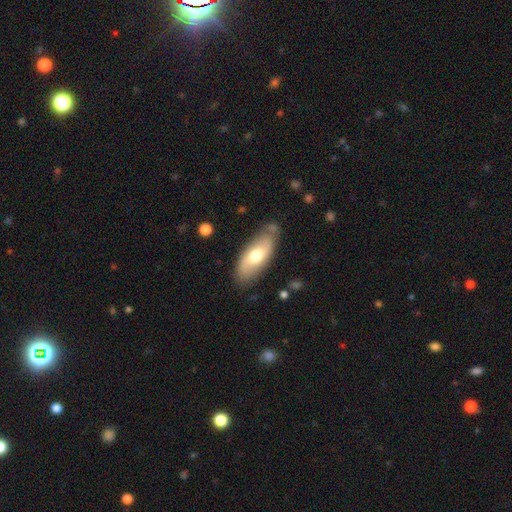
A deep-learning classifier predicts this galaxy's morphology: Smooth or featured?
  - smooth: 60% *
  - featured or disk: 35%
  - star or artifact: 5%
How rounded?
  - in between: 84% *
  - cigar-shaped: 14%
  - round: 3%
Merging?
  - none: 73% *
  - minor disturbance: 19%
  - major disturbance: 4%
  - merger: 4%